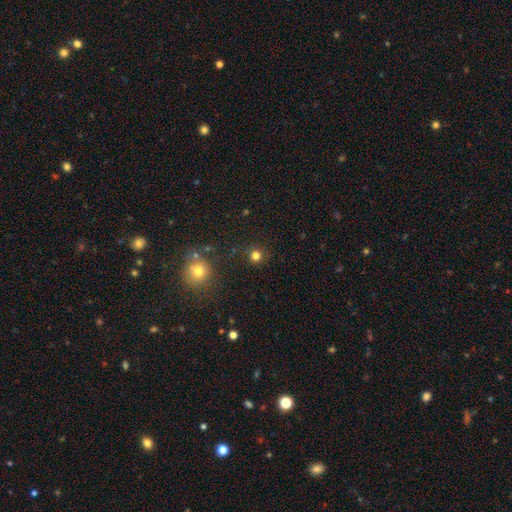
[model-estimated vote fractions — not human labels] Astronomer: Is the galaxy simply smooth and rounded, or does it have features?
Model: smooth — 79%.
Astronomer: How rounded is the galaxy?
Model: round — 94%.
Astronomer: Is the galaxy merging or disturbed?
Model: none — 89%.